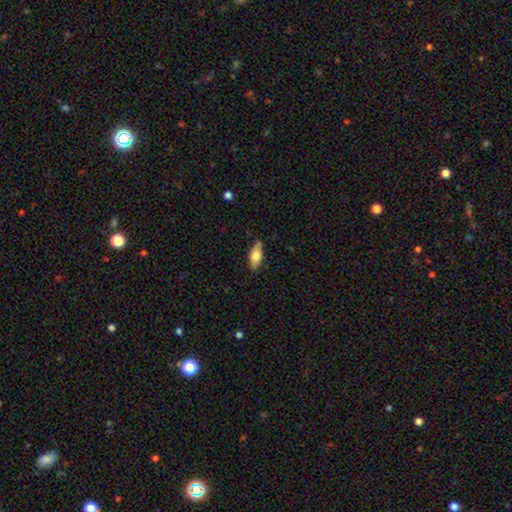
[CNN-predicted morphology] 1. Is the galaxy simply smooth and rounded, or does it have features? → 71% smooth, 23% featured or disk, 6% star or artifact.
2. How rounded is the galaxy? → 82% in between, 16% cigar-shaped, 3% round.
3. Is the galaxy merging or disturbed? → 80% none, 16% minor disturbance, 3% major disturbance, 2% merger.